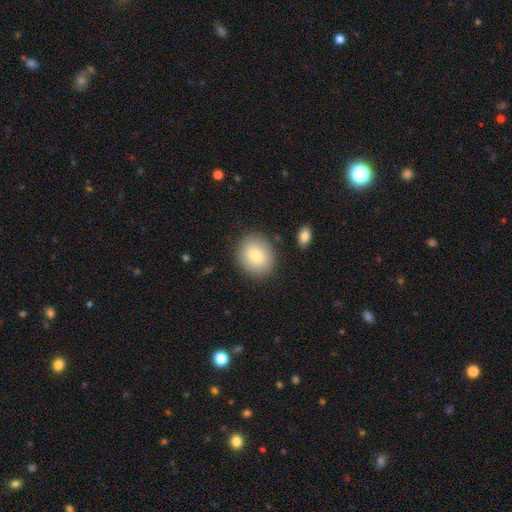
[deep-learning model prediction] A smooth galaxy with no disk features (77%) that is round (67%). Merging: none (85%).